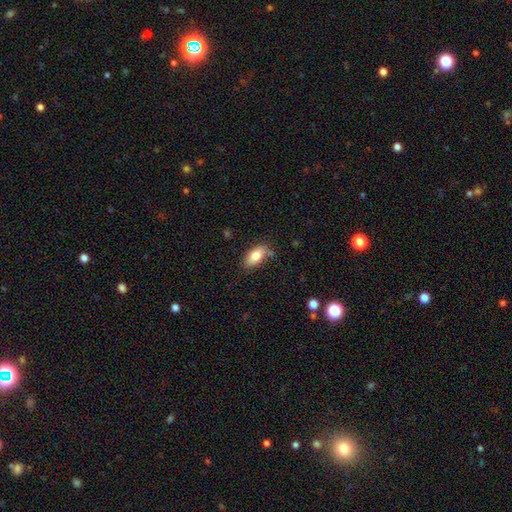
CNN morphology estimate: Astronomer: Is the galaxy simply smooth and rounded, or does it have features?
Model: smooth — 82%.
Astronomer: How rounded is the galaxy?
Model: in between — 90%.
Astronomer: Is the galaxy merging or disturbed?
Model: none — 74%.